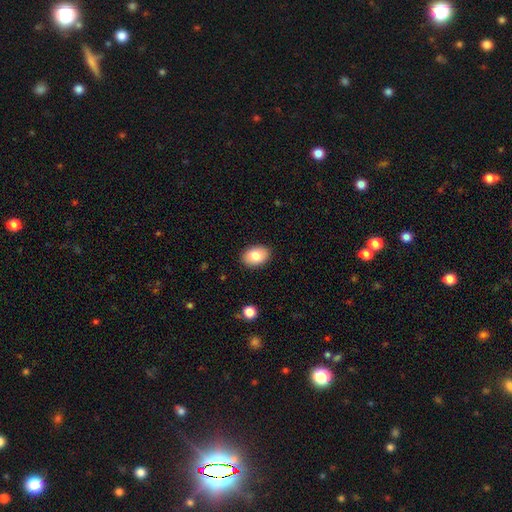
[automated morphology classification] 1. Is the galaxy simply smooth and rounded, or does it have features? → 83% smooth, 9% featured or disk, 7% star or artifact.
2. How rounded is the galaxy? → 82% in between, 17% round, 1% cigar-shaped.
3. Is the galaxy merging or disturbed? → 89% none, 8% minor disturbance, 2% major disturbance, 1% merger.